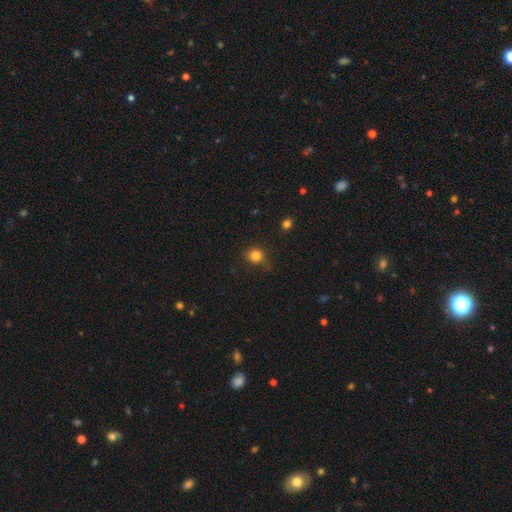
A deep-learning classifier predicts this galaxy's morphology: Q: Smooth or featured?
A: smooth (82%); runner-up: star or artifact (12%)
Q: How rounded?
A: round (87%); runner-up: in between (12%)
Q: Merging?
A: none (70%); runner-up: minor disturbance (21%)